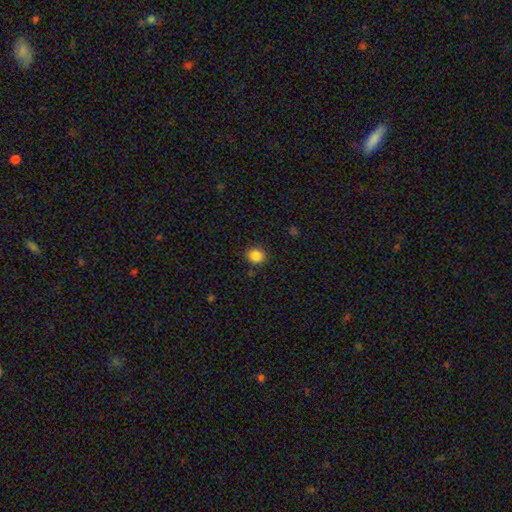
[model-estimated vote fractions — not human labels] Overall: smooth (86%). How rounded: round (81%). Merging: none (87%).